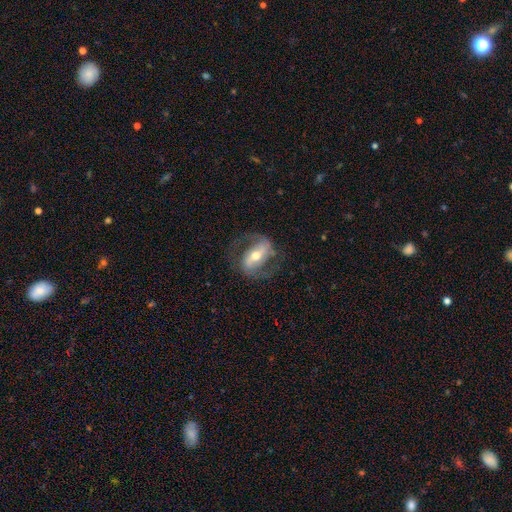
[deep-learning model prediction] Overall: featured or disk (84%). Edge-on disk: no (96%). Bar: strong (50%; weak 33%). Spiral arms: yes (94%). Spiral arm count: 2 (90%). Spiral winding: medium (53%; loose 30%). Bulge size: moderate (65%; small 27%). Merging: none (74%).